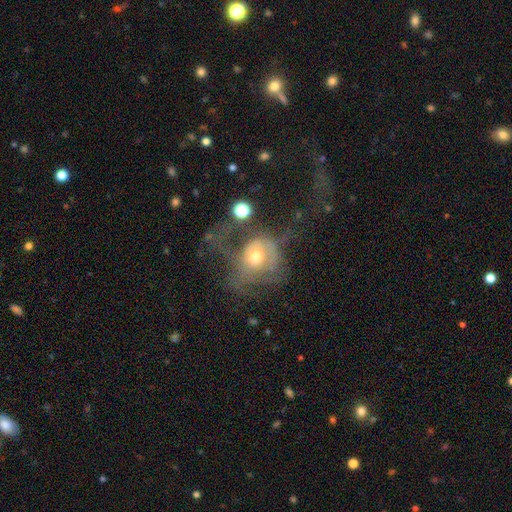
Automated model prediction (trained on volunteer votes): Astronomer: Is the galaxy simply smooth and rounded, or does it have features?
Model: featured or disk — 47% (runner-up: smooth, 40%).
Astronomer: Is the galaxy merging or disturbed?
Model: major disturbance — 56%.